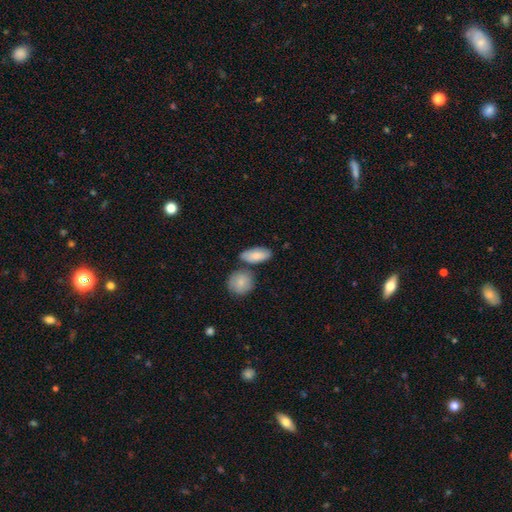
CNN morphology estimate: This is clearly a smooth galaxy (81%). How rounded: clearly in between (85%). Merging: likely none (63%).